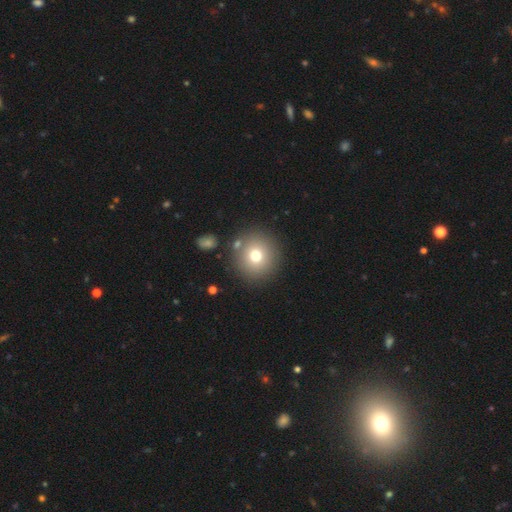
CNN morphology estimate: Overall: smooth (73%). How rounded: round (94%). Merging: none (83%).